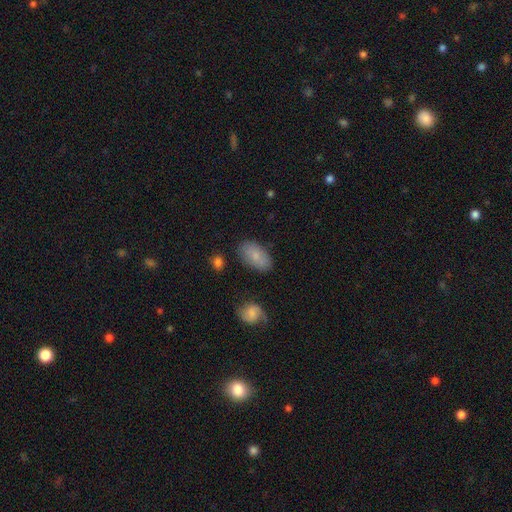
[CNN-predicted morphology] type=smooth (79%); roundness=in between (94%); merging=none (81%).